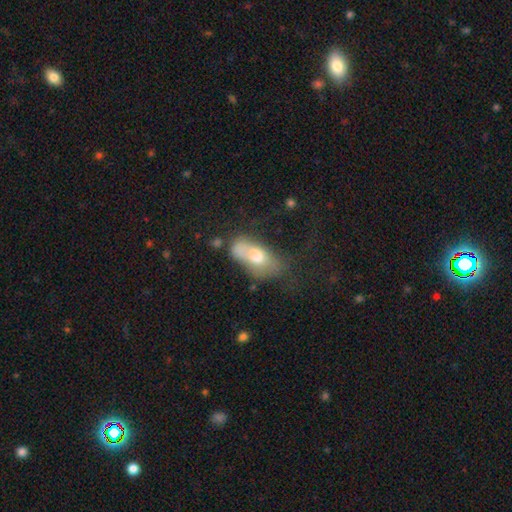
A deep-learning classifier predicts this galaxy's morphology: A smooth galaxy with no disk features (62%) that is in between round and cigar-shaped (86%). Merging: none (29%).